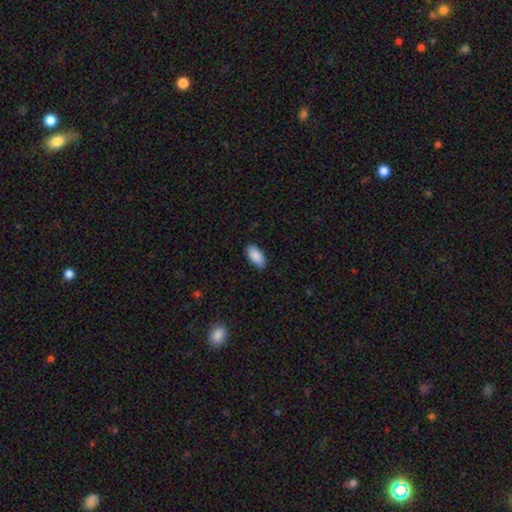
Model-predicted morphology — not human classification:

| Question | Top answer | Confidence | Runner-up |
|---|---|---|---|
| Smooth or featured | smooth | 90% | star or artifact (6%) |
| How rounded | in between | 93% | cigar-shaped (5%) |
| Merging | none | 88% | minor disturbance (9%) |